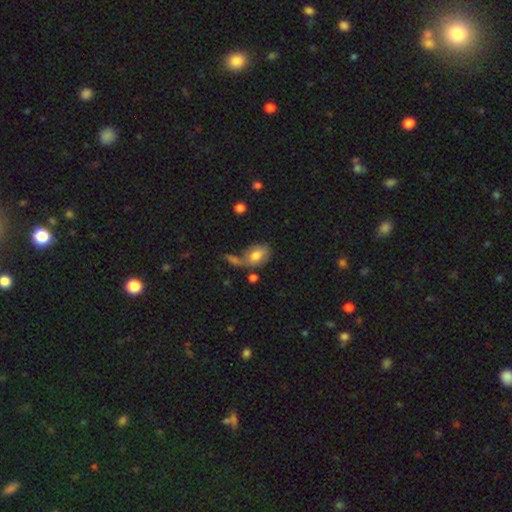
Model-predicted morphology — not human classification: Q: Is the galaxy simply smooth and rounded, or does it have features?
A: smooth — 70%.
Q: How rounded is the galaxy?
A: in between — 84%.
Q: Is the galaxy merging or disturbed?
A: none — 41%.